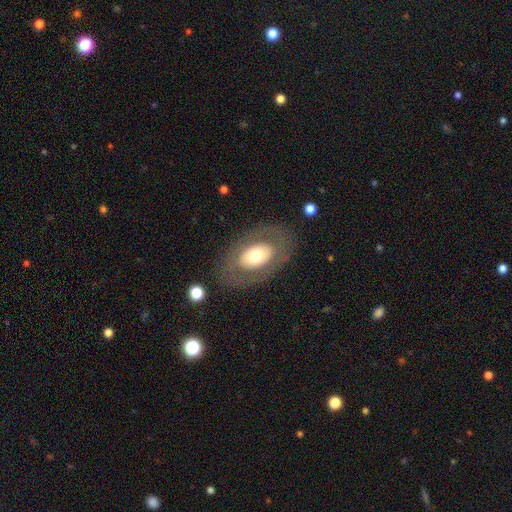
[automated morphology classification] Smooth or featured: smooth — 50% (featured or disk — 44%)
Merging: none — 80% (minor disturbance — 11%)